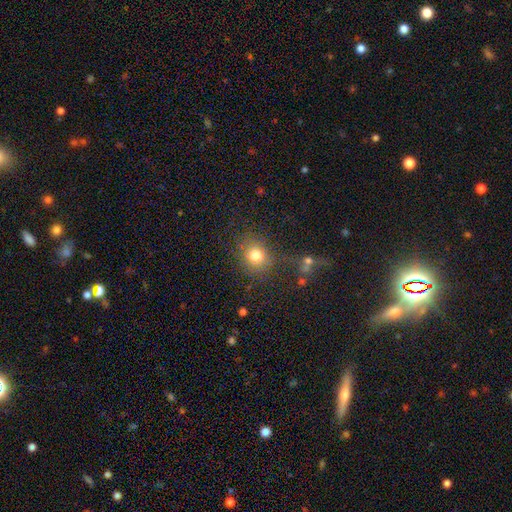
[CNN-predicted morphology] This is likely a smooth galaxy (76%). How rounded: likely round (71%). Merging: likely none (68%).